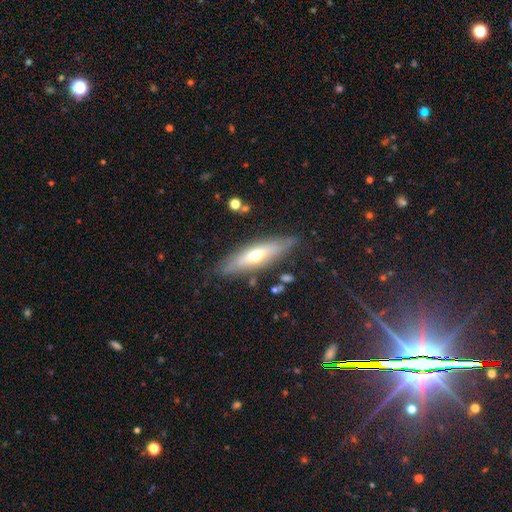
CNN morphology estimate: Overall: featured or disk (53%; smooth 41%). Edge-on disk: yes (67%; no 33%). Merging: none (80%).